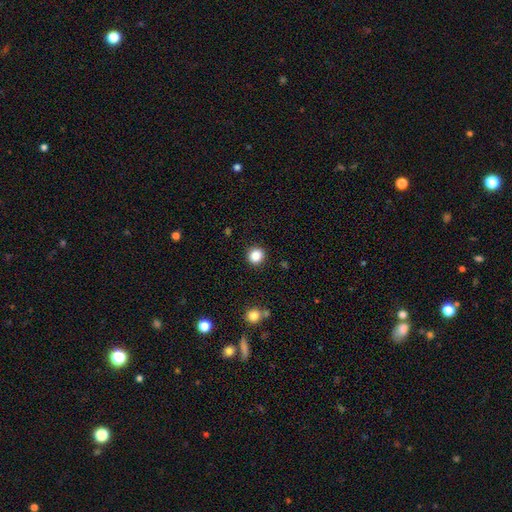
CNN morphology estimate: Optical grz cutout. It shows a smooth galaxy with no disk features (86%) that is round (89%). Merging: none (90%).